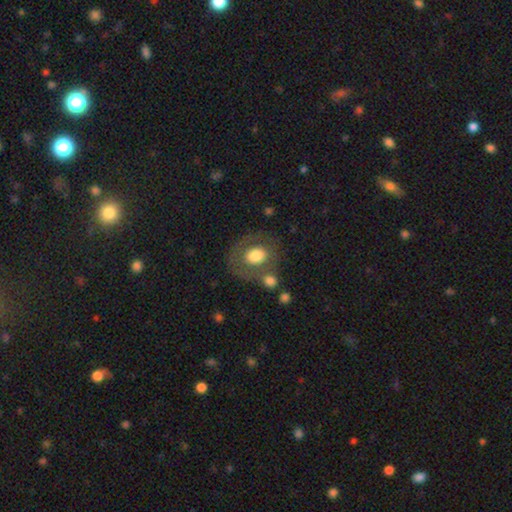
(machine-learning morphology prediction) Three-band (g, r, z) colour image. It shows a smooth galaxy with no disk features (64%) that is round (55%). Merging: none (62%).